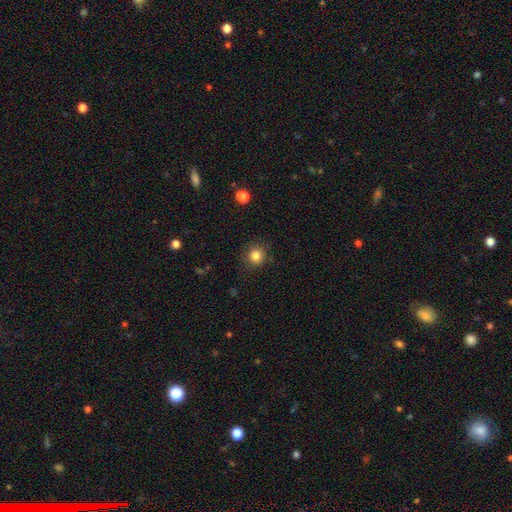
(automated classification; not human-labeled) This is clearly a smooth galaxy (83%). How rounded: clearly round (91%). Merging: clearly none (86%).